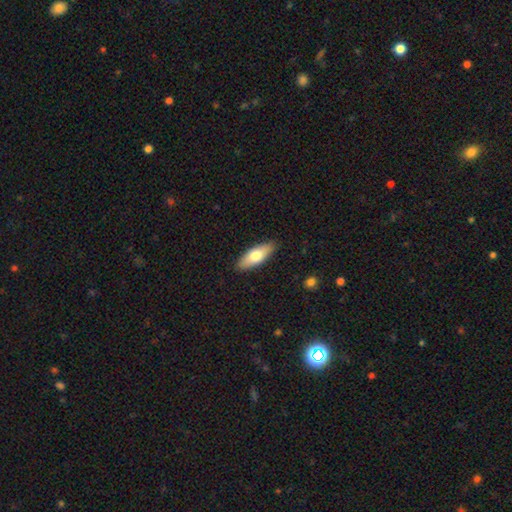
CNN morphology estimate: The model was most divided on "how rounded": in between: 68%, cigar-shaped: 30%, round: 2%. More confident: merging — none (88%); smooth or featured — smooth (68%).